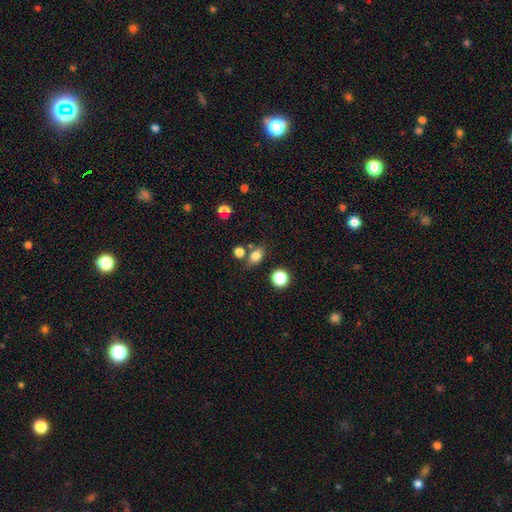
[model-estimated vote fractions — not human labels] A smooth galaxy with no disk features (79%) that is in between round and cigar-shaped (72%).

Vote fractions:
- Smooth or featured? smooth: 79% / star or artifact: 12% / featured or disk: 9%
- How rounded? in between: 72% / round: 26% / cigar-shaped: 3%
- Merging? none: 68% / merger: 14% / minor disturbance: 14% / major disturbance: 4%